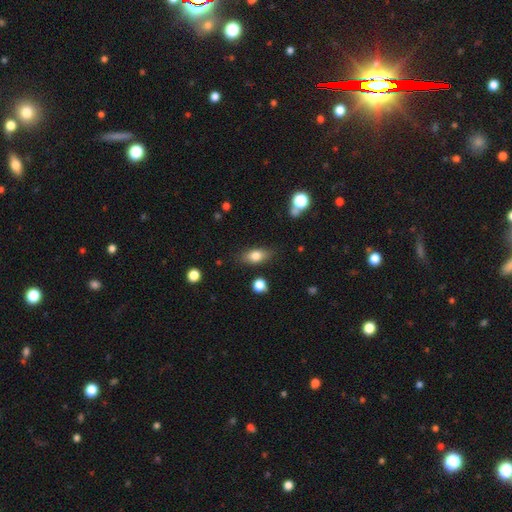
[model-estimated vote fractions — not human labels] A smooth galaxy with no disk features (78%) that is in between round and cigar-shaped (82%). Merging: none (80%).